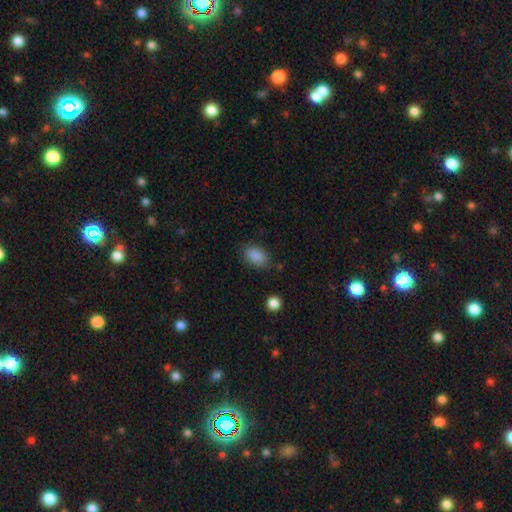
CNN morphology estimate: smooth_or_featured: smooth (p=0.88) [alt: star or artifact p=0.08]
how_rounded: in between (p=0.90) [alt: round p=0.08]
merging: none (p=0.81) [alt: minor disturbance p=0.14]